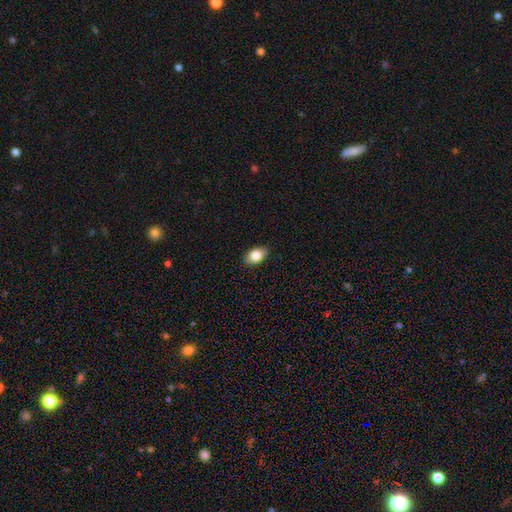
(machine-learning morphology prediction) This appears to be a smooth galaxy with no disk features (84%) that is in between round and cigar-shaped (88%). Merging: none (87%).